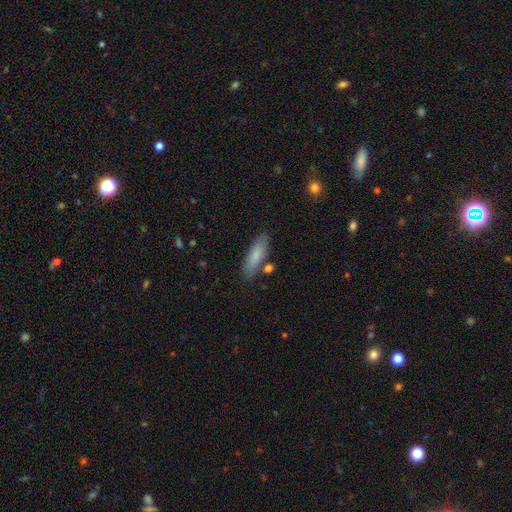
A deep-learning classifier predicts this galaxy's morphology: Smooth or featured?
  - smooth: 80% *
  - featured or disk: 13%
  - star or artifact: 6%
How rounded?
  - cigar-shaped: 57% *
  - in between: 41%
  - round: 2%
Merging?
  - none: 80% *
  - minor disturbance: 12%
  - merger: 5%
  - major disturbance: 3%